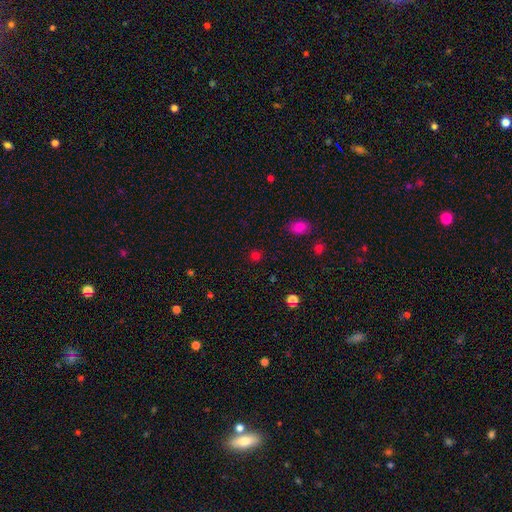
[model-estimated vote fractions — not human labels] smooth 71%, star or artifact 25%, featured or disk 5%. Down the decision tree: how rounded — round (87%); merging — none (87%).